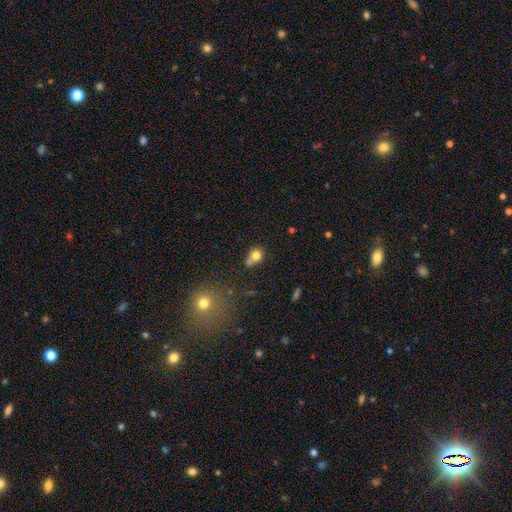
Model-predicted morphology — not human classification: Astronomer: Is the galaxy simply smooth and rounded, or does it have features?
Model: smooth — 77%.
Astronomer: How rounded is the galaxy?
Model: round — 64%.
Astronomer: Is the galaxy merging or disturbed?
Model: none — 43% (runner-up: merger, 36%).